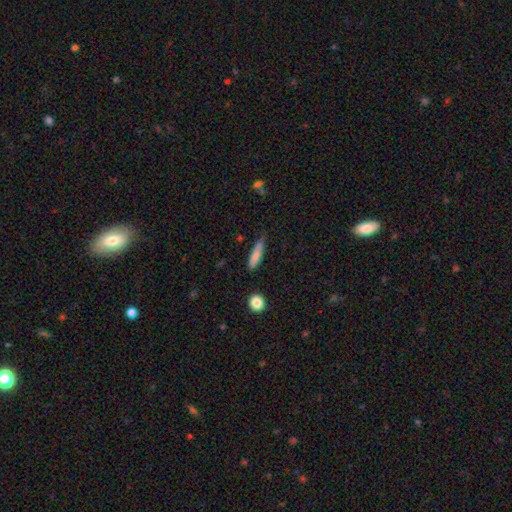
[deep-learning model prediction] Overall: smooth (80%). How rounded: cigar-shaped (79%). Merging: none (70%).